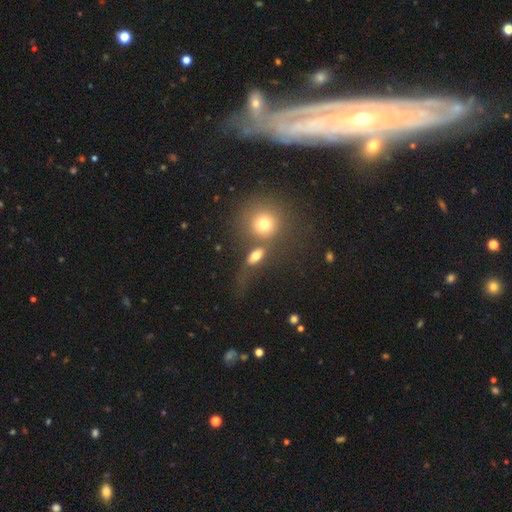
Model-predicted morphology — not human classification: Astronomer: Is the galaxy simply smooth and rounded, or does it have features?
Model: smooth — 73%.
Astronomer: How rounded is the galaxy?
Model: in between — 68%.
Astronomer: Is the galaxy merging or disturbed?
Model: none — 45% (runner-up: merger, 28%).